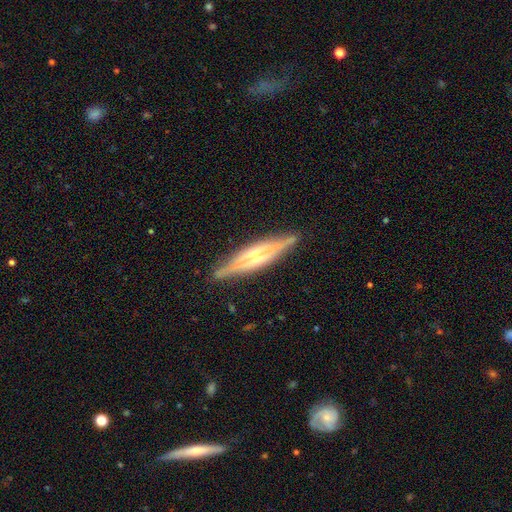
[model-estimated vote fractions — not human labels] Overall: featured or disk (73%). Edge-on disk: yes (94%). Edge-on bulge: rounded (61%; boxy 28%). Merging: none (85%).